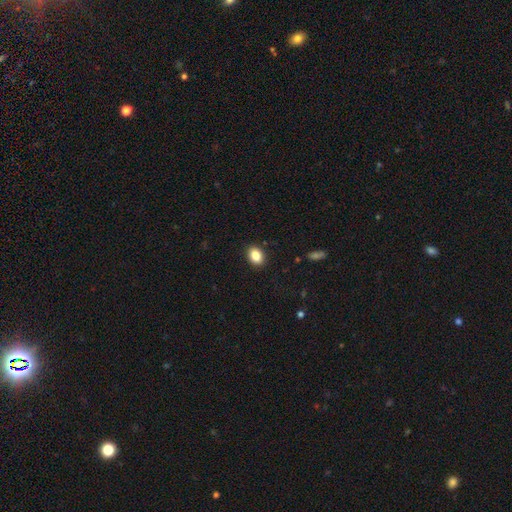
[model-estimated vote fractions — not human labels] This appears to be a smooth galaxy with no disk features (86%) that is in between round and cigar-shaped (73%). Merging: none (89%).